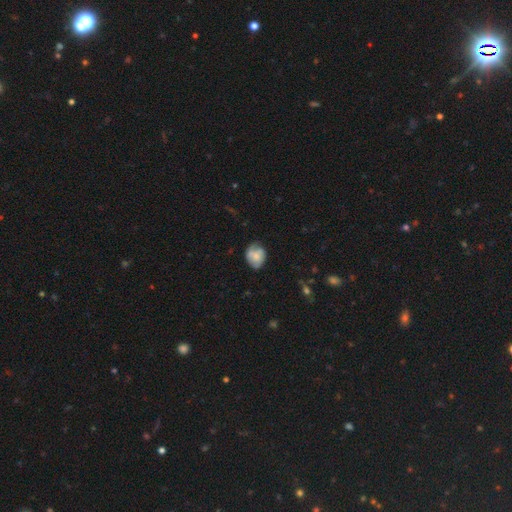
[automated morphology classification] The model was most divided on "how rounded": in between: 50%, round: 49%, cigar-shaped: 1%. More confident: smooth or featured — smooth (60%); merging — none (51%).